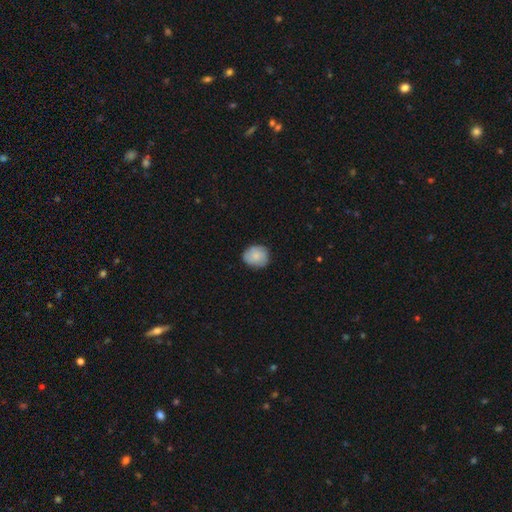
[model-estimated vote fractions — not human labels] smooth_or_featured: smooth (p=0.79) [alt: featured or disk p=0.14]
how_rounded: round (p=0.76) [alt: in between p=0.23]
merging: none (p=0.82) [alt: minor disturbance p=0.15]